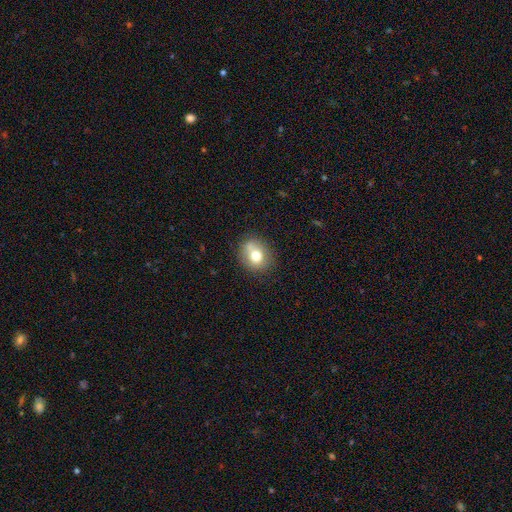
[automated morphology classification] Q: Smooth or featured?
A: smooth (72%); runner-up: featured or disk (17%)
Q: How rounded?
A: round (66%); runner-up: in between (33%)
Q: Merging?
A: none (66%); runner-up: minor disturbance (18%)